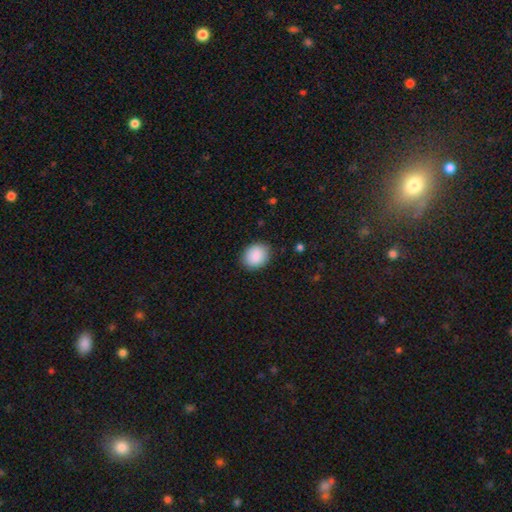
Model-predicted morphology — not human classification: Q: Smooth or featured?
A: smooth (89%); runner-up: star or artifact (7%)
Q: How rounded?
A: round (55%); runner-up: in between (44%)
Q: Merging?
A: none (87%); runner-up: minor disturbance (9%)